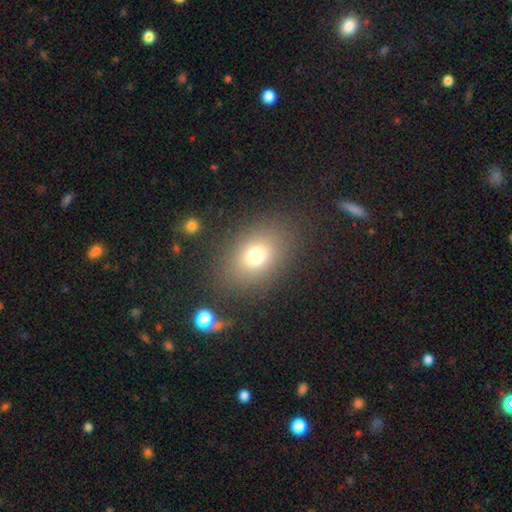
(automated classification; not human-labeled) Overall: smooth (72%). How rounded: in between (64%; round 34%). Merging: none (82%).